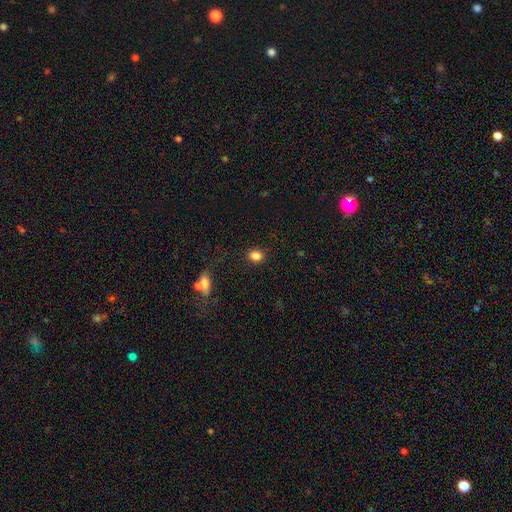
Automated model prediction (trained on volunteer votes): This is clearly a smooth galaxy (84%). How rounded: likely round (64%). Merging: clearly none (86%).